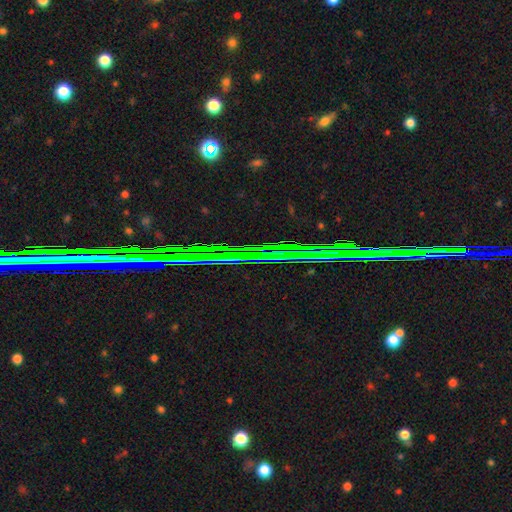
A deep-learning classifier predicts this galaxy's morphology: A star or artifact, not a galaxy (82%).